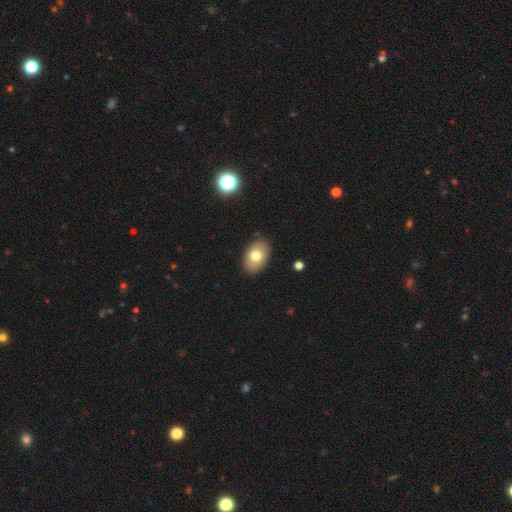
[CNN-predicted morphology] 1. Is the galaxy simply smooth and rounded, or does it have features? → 75% smooth, 17% featured or disk, 8% star or artifact.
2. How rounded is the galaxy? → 88% in between, 11% round, 1% cigar-shaped.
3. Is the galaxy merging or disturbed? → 87% none, 10% minor disturbance, 2% major disturbance, 1% merger.